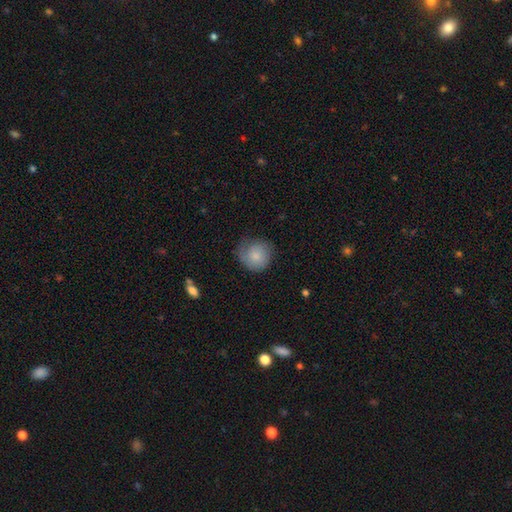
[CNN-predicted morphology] smooth_or_featured: smooth (p=0.72) [alt: featured or disk p=0.21]
how_rounded: round (p=0.87) [alt: in between p=0.12]
merging: none (p=0.59) [alt: minor disturbance p=0.28]